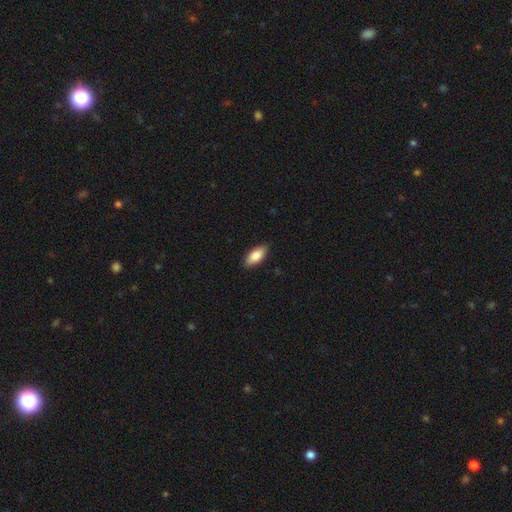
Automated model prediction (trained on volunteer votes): Morphology: type=smooth (85%); roundness=in between (88%); merging=none (88%).